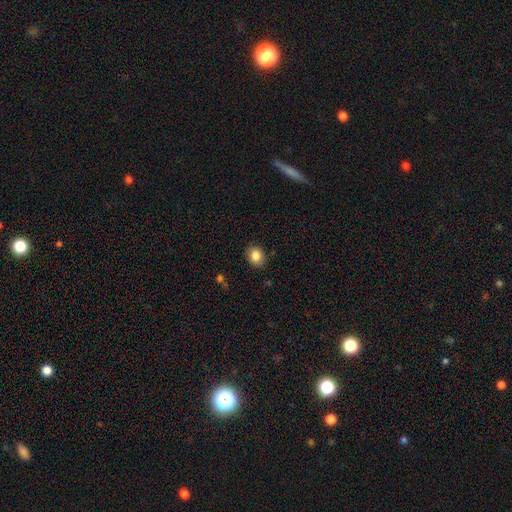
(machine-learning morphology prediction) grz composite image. It shows a smooth galaxy with no disk features (84%) that is round (54%). Merging: none (86%).